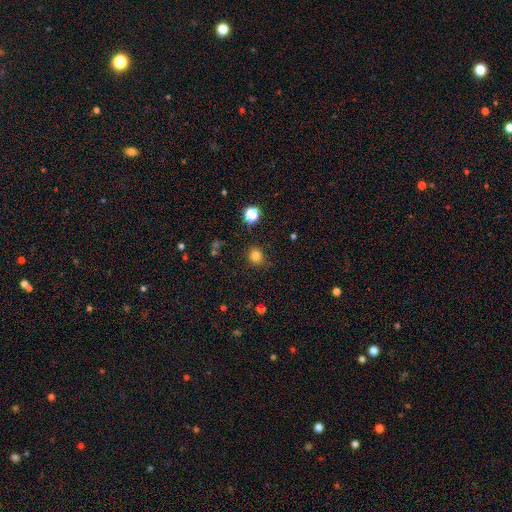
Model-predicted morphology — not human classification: This appears to be a smooth galaxy with no disk features (80%) that is round (86%). Merging: none (86%).